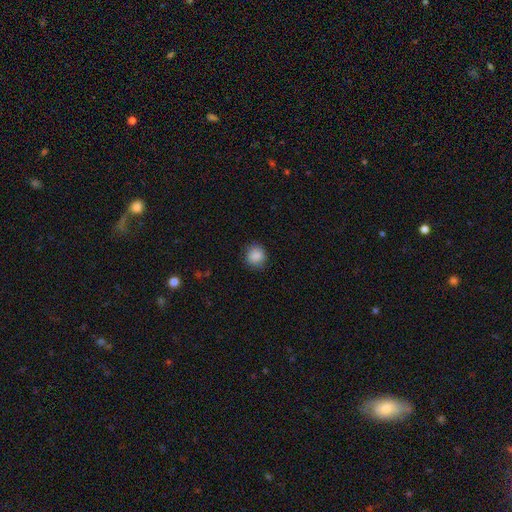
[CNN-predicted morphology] The model was most divided on "merging": none: 82%, minor disturbance: 14%, major disturbance: 3%, merger: 1%. More confident: smooth or featured — smooth (88%); how rounded — round (84%).